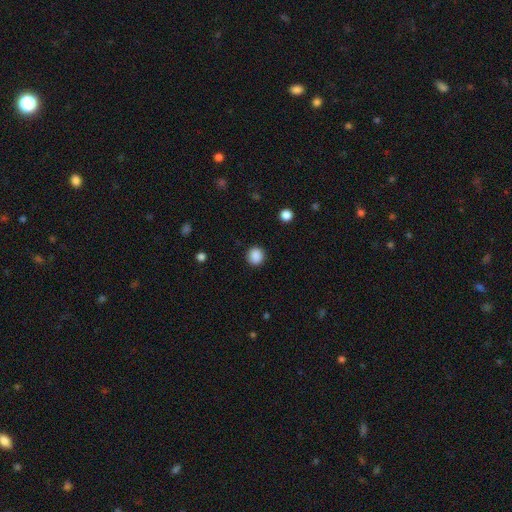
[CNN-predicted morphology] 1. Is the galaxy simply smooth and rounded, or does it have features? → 88% smooth, 10% star or artifact, 3% featured or disk.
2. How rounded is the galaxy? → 89% round, 10% in between, 1% cigar-shaped.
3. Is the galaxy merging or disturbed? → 91% none, 6% minor disturbance, 2% major disturbance, 1% merger.